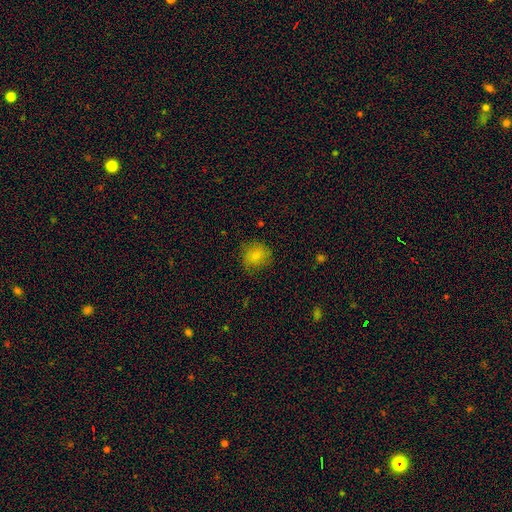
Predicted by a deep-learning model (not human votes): Q: Smooth or featured?
A: smooth (74%); runner-up: star or artifact (14%)
Q: How rounded?
A: round (86%); runner-up: in between (13%)
Q: Merging?
A: none (79%); runner-up: minor disturbance (16%)